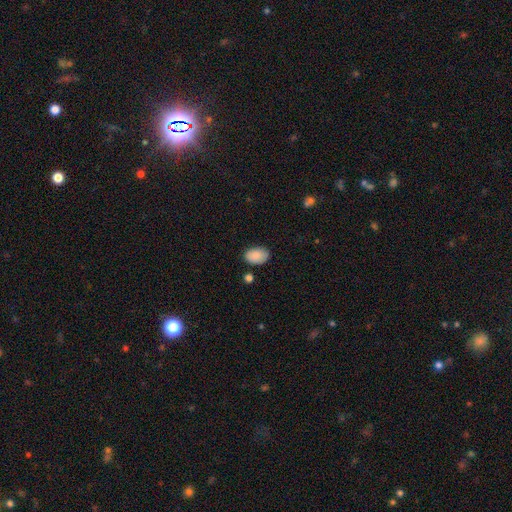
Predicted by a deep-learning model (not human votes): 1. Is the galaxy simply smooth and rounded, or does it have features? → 88% smooth, 7% star or artifact, 5% featured or disk.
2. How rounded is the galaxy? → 90% in between, 9% round, 1% cigar-shaped.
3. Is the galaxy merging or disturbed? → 81% none, 14% minor disturbance, 3% major disturbance, 3% merger.